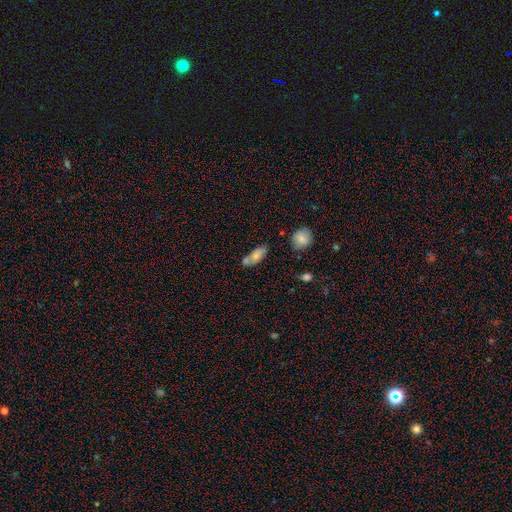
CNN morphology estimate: Overall: smooth (70%). How rounded: in between (81%). Merging: none (46%; merger 28%).